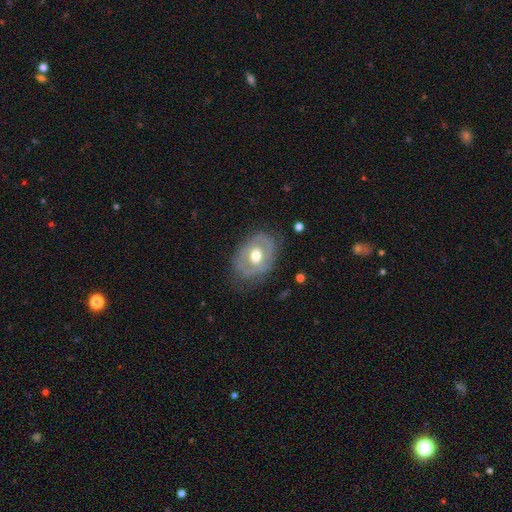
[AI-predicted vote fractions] Smooth or featured?
  - featured or disk: 58% *
  - smooth: 36%
  - star or artifact: 6%
Edge-on disk?
  - no: 94% *
  - yes: 6%
Bar?
  - no: 69% *
  - weak: 24%
  - strong: 7%
Spiral arms?
  - no: 66% *
  - yes: 34%
Bulge size?
  - moderate: 66% *
  - large: 26%
  - small: 6%
  - dominant: 2%
  - none: 1%
Merging?
  - none: 66% *
  - minor disturbance: 22%
  - major disturbance: 10%
  - merger: 1%